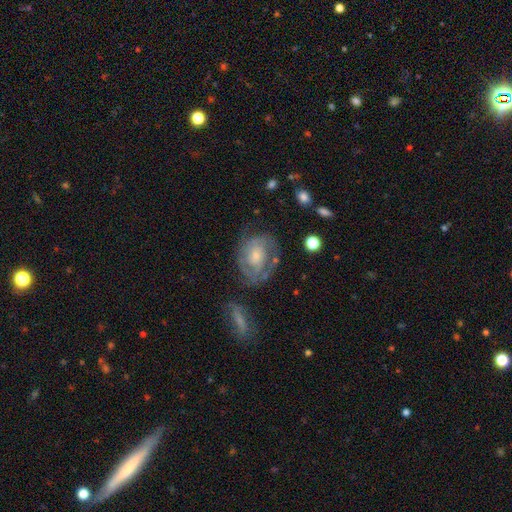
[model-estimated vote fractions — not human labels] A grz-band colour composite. It shows a featured or disk galaxy (75%) with no bar (66%), 2 (46%) tight (57%) spiral arms (87%) and a small central bulge (47%). Merging: none (65%).